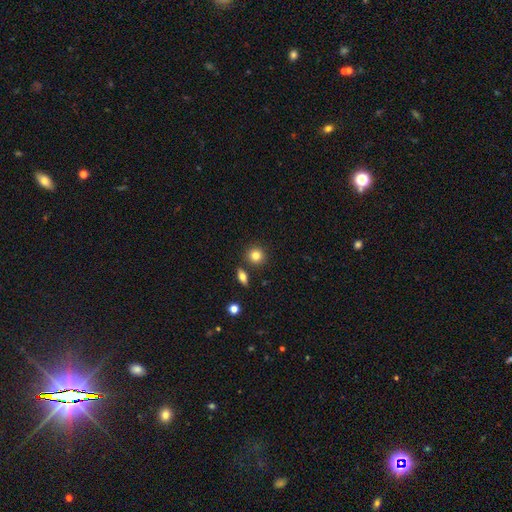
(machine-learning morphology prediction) smooth 82%, star or artifact 10%, featured or disk 8%. Down the decision tree: how rounded — round (88%); merging — none (83%).